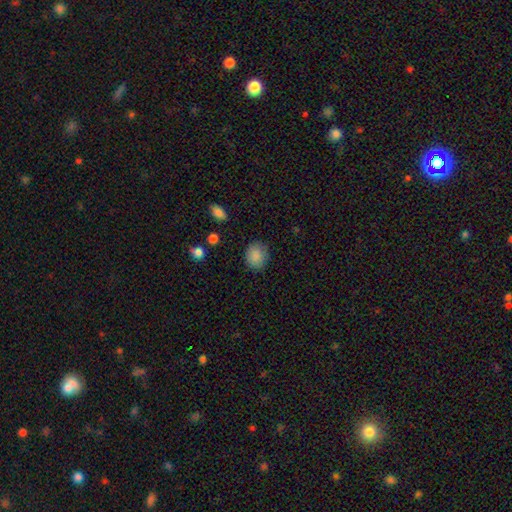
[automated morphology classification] Smooth or featured? smooth (87%)
How rounded? round (68%)
Merging? none (83%)